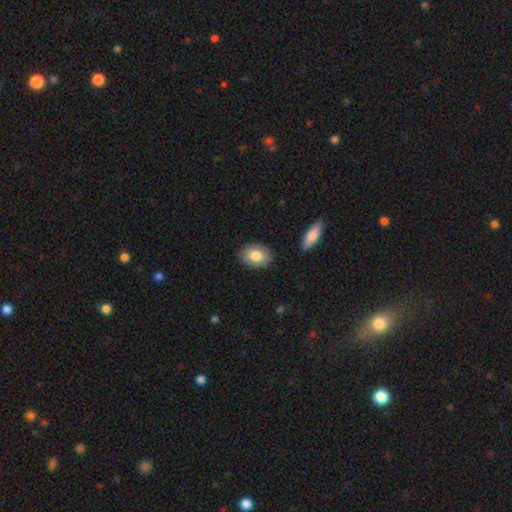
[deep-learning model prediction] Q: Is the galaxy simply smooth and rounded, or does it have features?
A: smooth — 83%.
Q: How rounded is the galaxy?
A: in between — 84%.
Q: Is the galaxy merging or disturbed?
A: none — 88%.